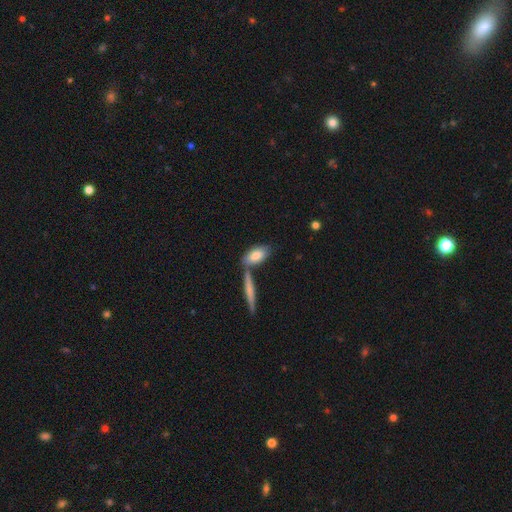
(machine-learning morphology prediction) smooth_or_featured: smooth (p=0.77) [alt: featured or disk p=0.17]
how_rounded: in between (p=0.80) [alt: cigar-shaped p=0.16]
merging: none (p=0.53) [alt: merger p=0.28]